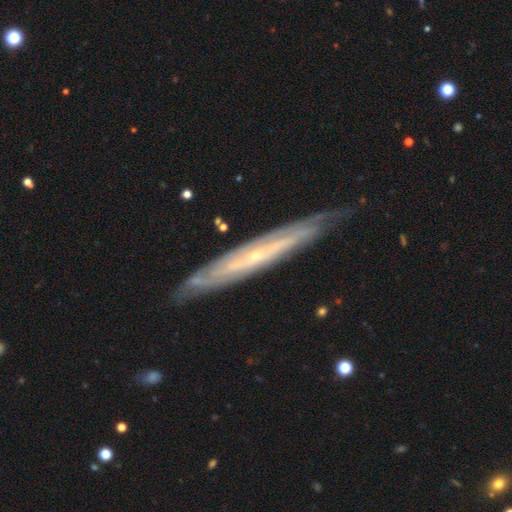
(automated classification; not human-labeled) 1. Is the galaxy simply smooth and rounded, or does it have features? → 80% featured or disk, 14% smooth, 6% star or artifact.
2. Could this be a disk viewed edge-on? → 60% yes, 40% no.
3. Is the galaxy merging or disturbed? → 78% none, 18% minor disturbance, 3% major disturbance, 2% merger.